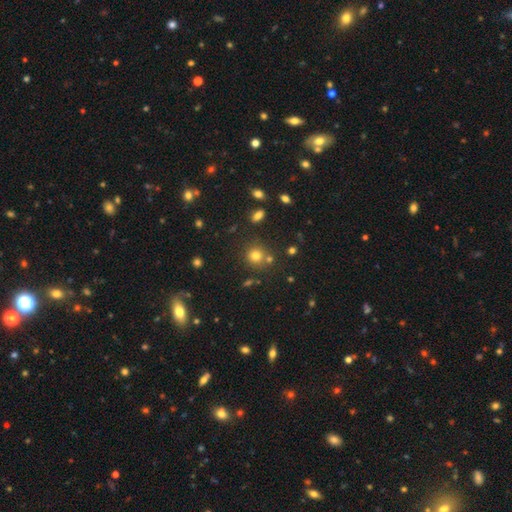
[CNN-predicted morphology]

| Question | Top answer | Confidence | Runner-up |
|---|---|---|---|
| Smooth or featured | smooth | 75% | star or artifact (17%) |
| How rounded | round | 89% | in between (10%) |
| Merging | none | 72% | merger (14%) |